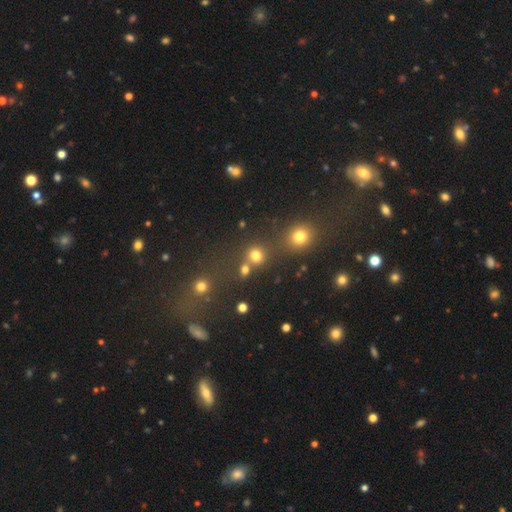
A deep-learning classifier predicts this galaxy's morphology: smooth_or_featured: smooth (p=0.76) [alt: star or artifact p=0.18]
how_rounded: round (p=0.87) [alt: in between p=0.12]
merging: none (p=0.65) [alt: merger p=0.22]